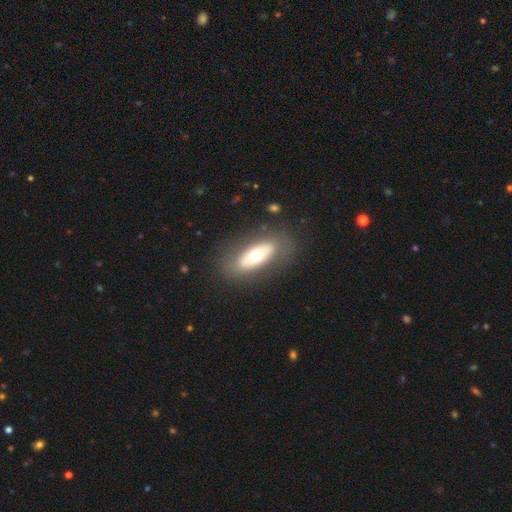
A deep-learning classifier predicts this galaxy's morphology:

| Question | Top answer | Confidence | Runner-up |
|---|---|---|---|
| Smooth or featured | smooth | 53% | featured or disk (40%) |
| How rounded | in between | 80% | cigar-shaped (15%) |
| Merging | none | 81% | minor disturbance (11%) |